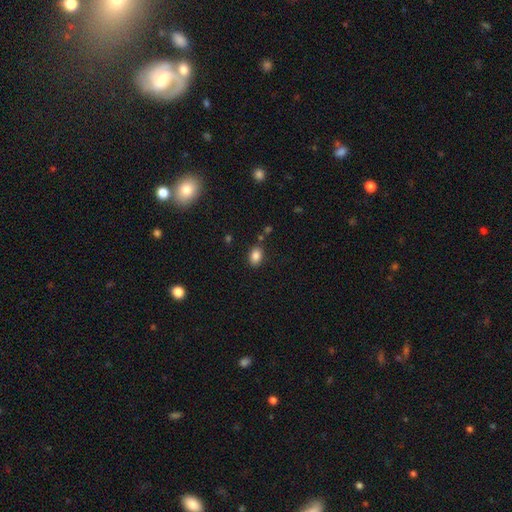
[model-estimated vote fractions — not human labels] smooth 86%, star or artifact 9%, featured or disk 5%. Down the decision tree: how rounded — in between (83%); merging — none (81%).